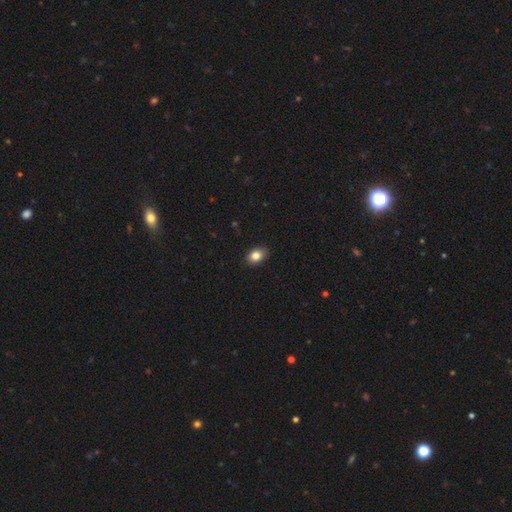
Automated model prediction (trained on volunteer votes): Q: Smooth or featured?
A: smooth (83%); runner-up: star or artifact (9%)
Q: How rounded?
A: in between (77%); runner-up: round (22%)
Q: Merging?
A: none (87%); runner-up: minor disturbance (10%)